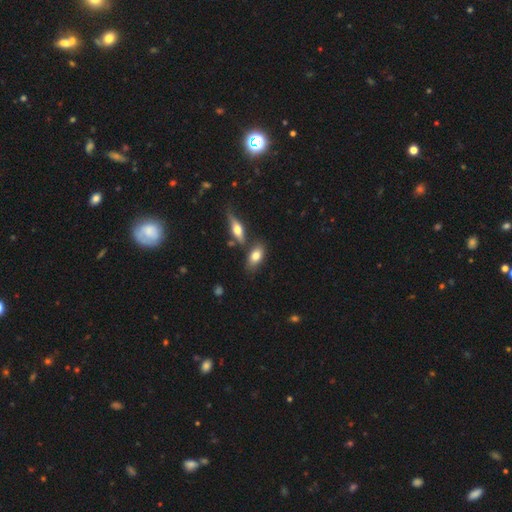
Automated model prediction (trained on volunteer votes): This appears to be a smooth galaxy with no disk features (75%) that is in between round and cigar-shaped (86%). Merging: none (64%).